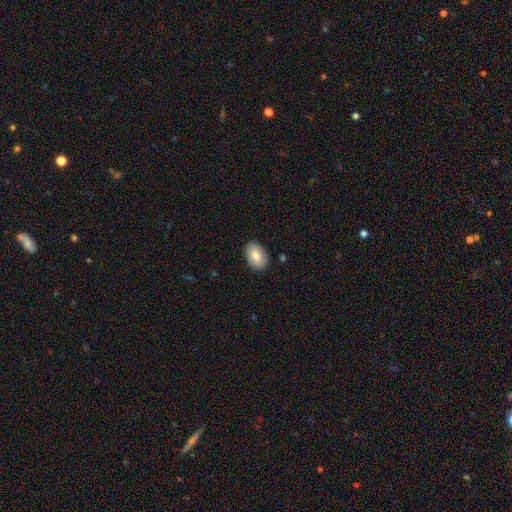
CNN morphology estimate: Smooth or featured?
  - smooth: 79% *
  - featured or disk: 14%
  - star or artifact: 7%
How rounded?
  - in between: 86% *
  - round: 13%
  - cigar-shaped: 1%
Merging?
  - none: 87% *
  - minor disturbance: 10%
  - major disturbance: 2%
  - merger: 1%